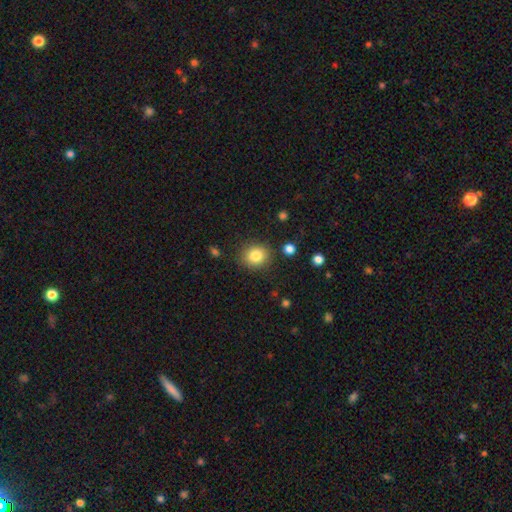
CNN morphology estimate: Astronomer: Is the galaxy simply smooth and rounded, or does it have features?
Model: smooth — 83%.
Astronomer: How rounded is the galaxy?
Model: round — 76%.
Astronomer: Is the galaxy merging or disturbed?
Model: none — 87%.